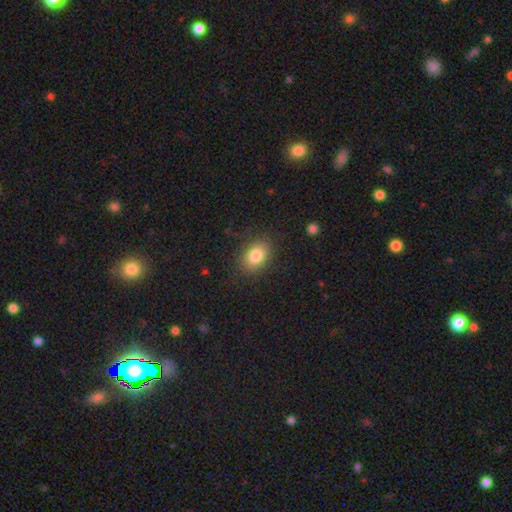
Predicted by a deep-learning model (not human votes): Q: Smooth or featured?
A: smooth (82%); runner-up: star or artifact (9%)
Q: How rounded?
A: in between (74%); runner-up: round (24%)
Q: Merging?
A: none (84%); runner-up: minor disturbance (11%)